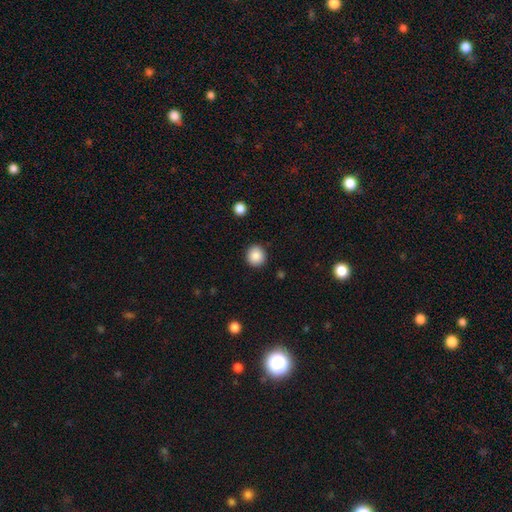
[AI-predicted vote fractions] Smooth or featured?
  - smooth: 88% *
  - star or artifact: 9%
  - featured or disk: 3%
How rounded?
  - round: 91% *
  - in between: 8%
  - cigar-shaped: 1%
Merging?
  - none: 91% *
  - minor disturbance: 6%
  - major disturbance: 2%
  - merger: 1%